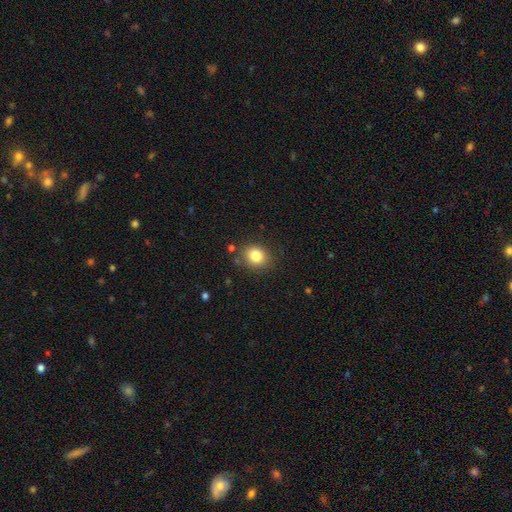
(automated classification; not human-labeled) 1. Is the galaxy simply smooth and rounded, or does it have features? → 82% smooth, 11% star or artifact, 7% featured or disk.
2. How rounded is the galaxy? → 64% round, 35% in between, 1% cigar-shaped.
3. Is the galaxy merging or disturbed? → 83% none, 11% minor disturbance, 3% major disturbance, 3% merger.